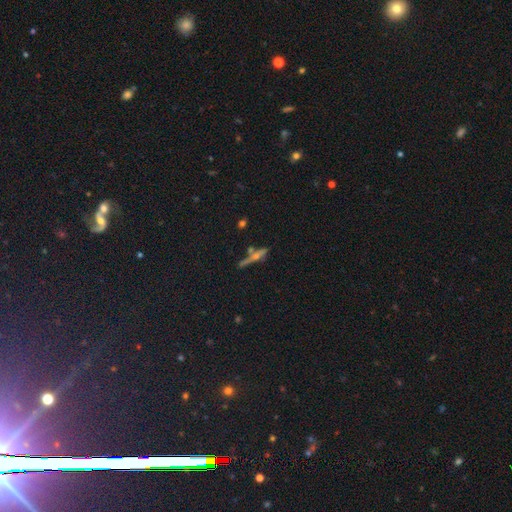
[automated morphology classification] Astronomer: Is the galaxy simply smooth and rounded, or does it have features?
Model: featured or disk — 55%.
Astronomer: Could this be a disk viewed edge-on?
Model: yes — 88%.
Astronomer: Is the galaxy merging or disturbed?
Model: none — 66%.